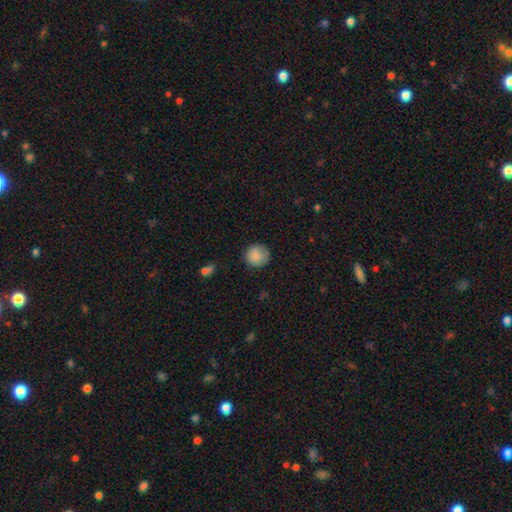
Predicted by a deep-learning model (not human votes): Overall: smooth (86%). How rounded: round (93%). Merging: none (84%).